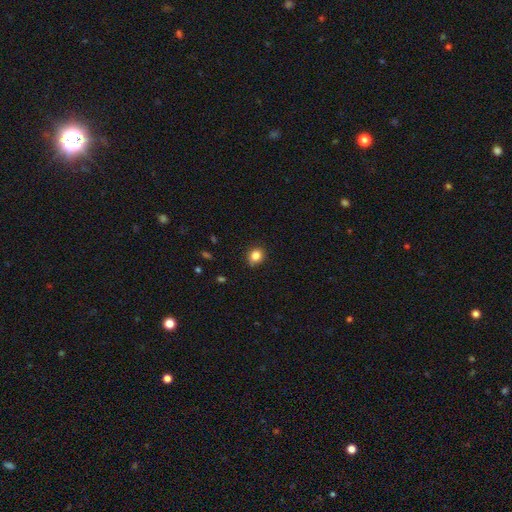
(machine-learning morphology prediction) Overall: smooth (85%). How rounded: round (67%; in between 32%). Merging: none (82%).